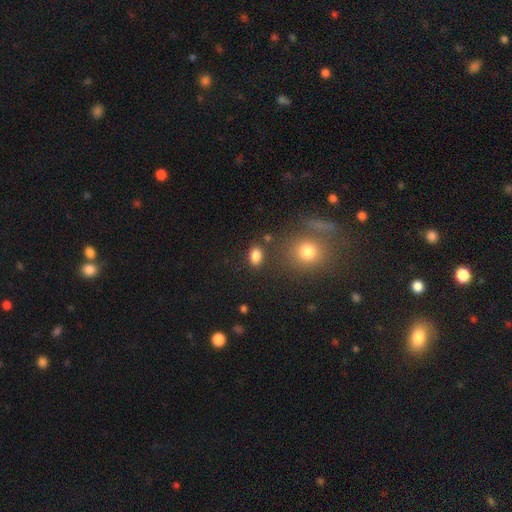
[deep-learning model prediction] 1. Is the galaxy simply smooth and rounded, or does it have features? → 84% smooth, 11% star or artifact, 5% featured or disk.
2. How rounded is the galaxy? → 75% in between, 23% round, 2% cigar-shaped.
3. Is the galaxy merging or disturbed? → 80% none, 11% minor disturbance, 5% merger, 4% major disturbance.